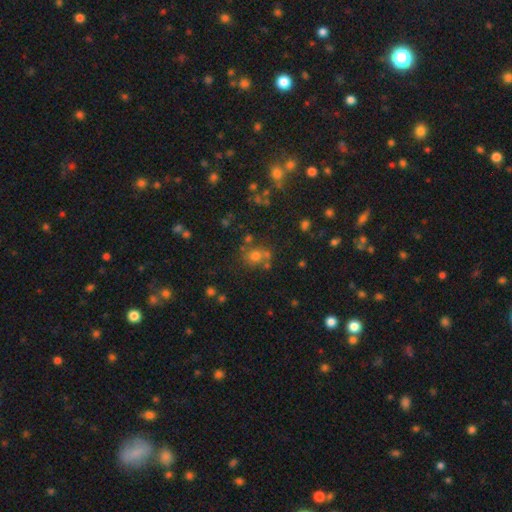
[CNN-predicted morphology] Smooth or featured? Predicted: smooth (p=0.61). How rounded? Predicted: round (p=0.81). Merging? Predicted: none (p=0.64).